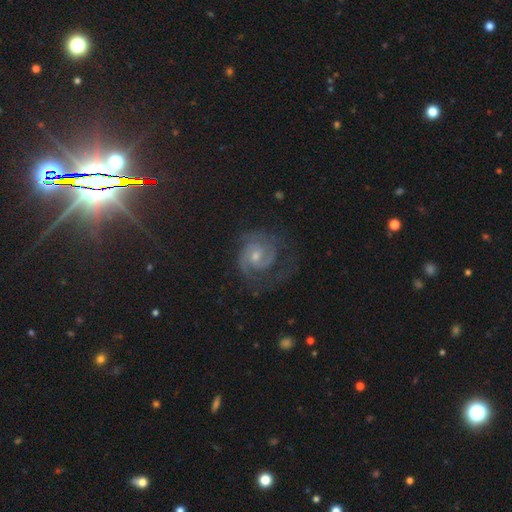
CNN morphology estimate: type=featured or disk (82%); edge-on=no (98%); bar=no (62%); spiral arms=yes (96%); winding=tight (52%); arm count=2 (67%); bulge=small (58%); merging=none (68%).